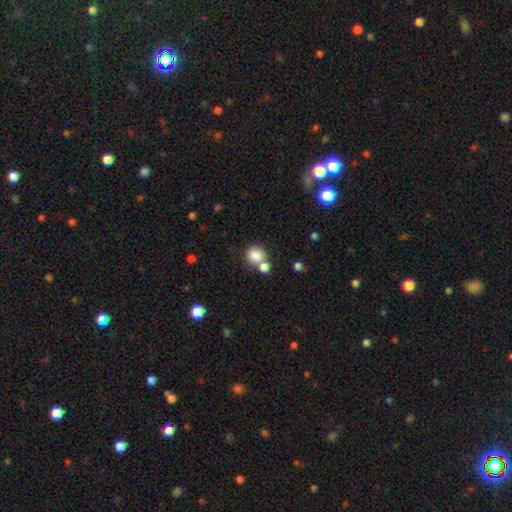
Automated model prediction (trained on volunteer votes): Smooth or featured: smooth — 83% (star or artifact — 10%)
How rounded: round — 87% (in between — 12%)
Merging: none — 54% (merger — 34%)